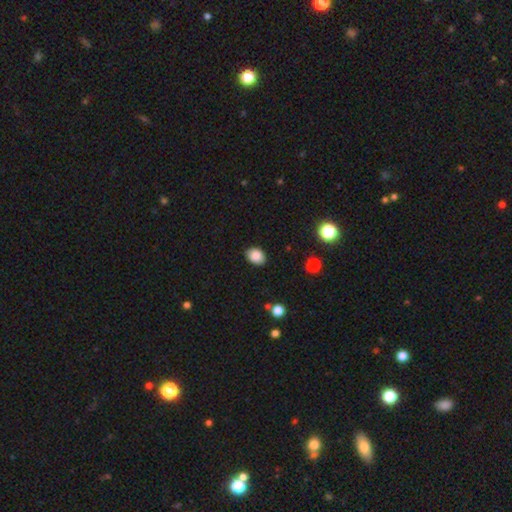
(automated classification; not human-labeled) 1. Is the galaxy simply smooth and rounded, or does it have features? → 86% smooth, 9% star or artifact, 5% featured or disk.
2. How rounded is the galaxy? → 69% in between, 30% round, 1% cigar-shaped.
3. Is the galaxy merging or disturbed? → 86% none, 10% minor disturbance, 2% major disturbance, 1% merger.